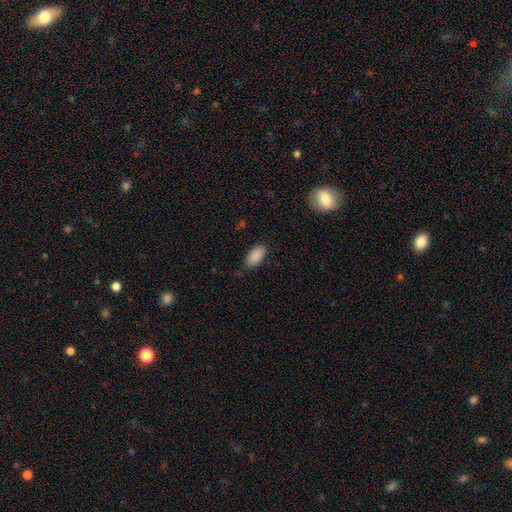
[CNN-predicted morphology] This is clearly a smooth galaxy (89%). How rounded: clearly in between (93%). Merging: clearly none (81%).